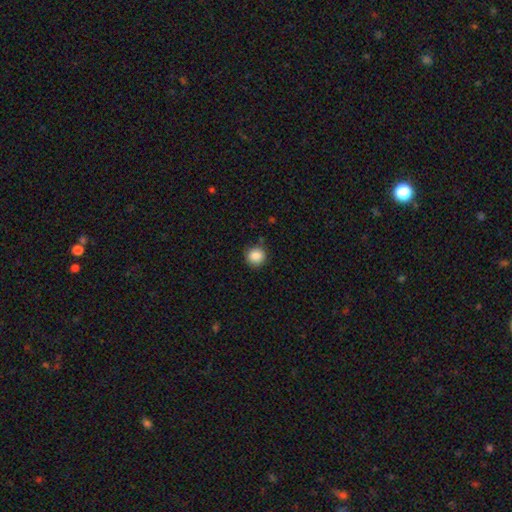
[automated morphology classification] Smooth or featured? smooth (87%)
How rounded? round (92%)
Merging? none (88%)